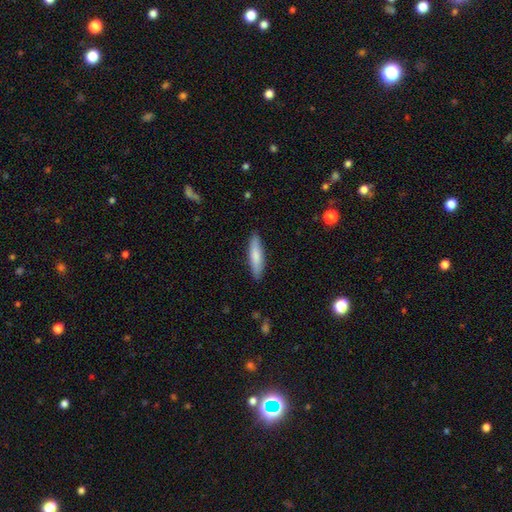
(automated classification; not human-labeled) This is likely a smooth galaxy (79%). How rounded: likely cigar-shaped (71%). Merging: clearly none (89%).